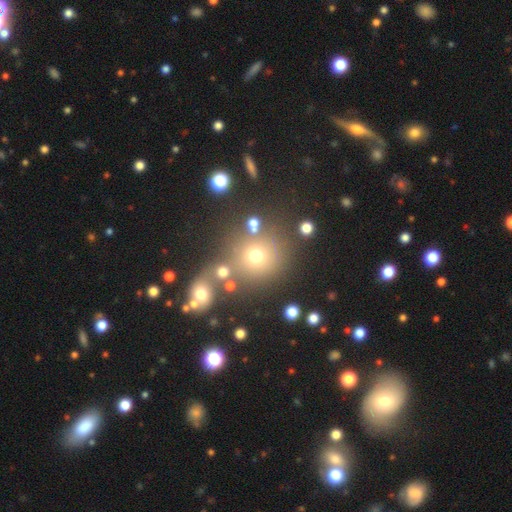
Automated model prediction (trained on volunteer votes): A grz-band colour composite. It shows a smooth galaxy with no disk features (68%) that is round (88%). Merging: none (67%).